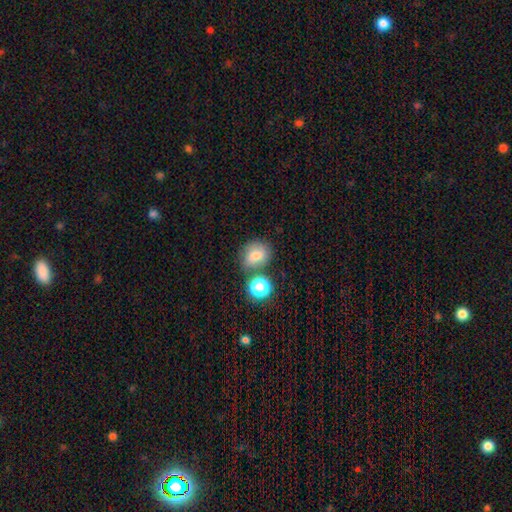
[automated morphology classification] A smooth galaxy with no disk features (71%) that is round (61%).

Vote fractions:
- Smooth or featured? smooth: 71% / star or artifact: 15% / featured or disk: 14%
- How rounded? round: 61% / in between: 38% / cigar-shaped: 1%
- Merging? none: 64% / merger: 17% / minor disturbance: 15% / major disturbance: 5%